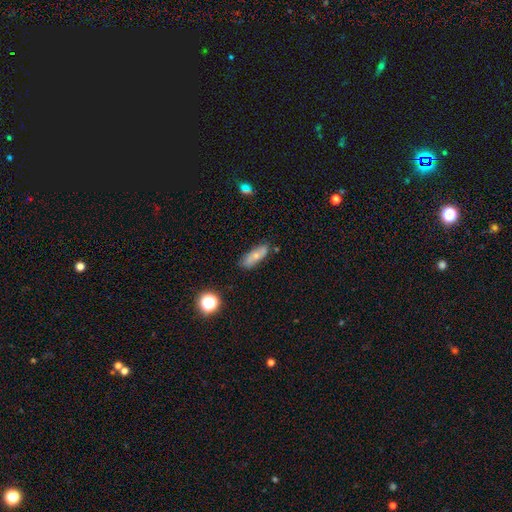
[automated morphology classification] smooth 59%, featured or disk 32%, star or artifact 9%. Down the decision tree: how rounded — in between (64%); merging — none (74%).